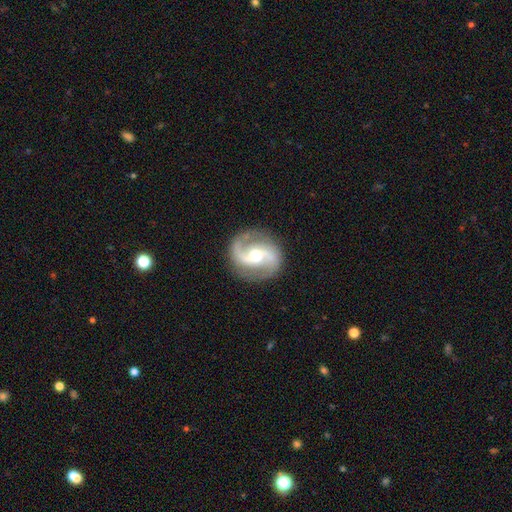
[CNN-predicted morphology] The model was most divided on "bar": weak: 40%, no: 39%, strong: 21%. More confident: edge-on disk — no (98%); spiral arms — yes (97%); spiral arm count — 2 (94%); smooth or featured — featured or disk (90%); merging — none (86%); bulge size — moderate (73%); spiral winding — medium (55%).